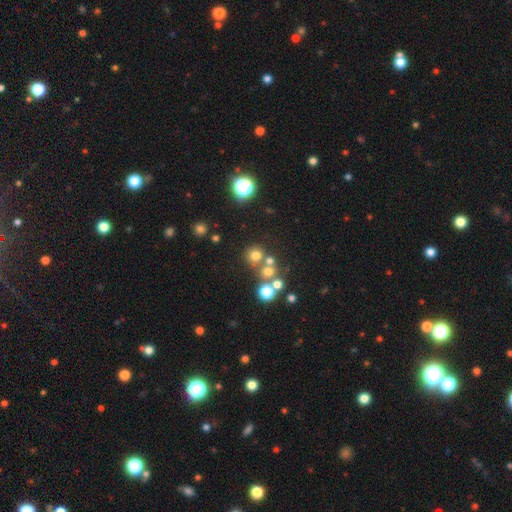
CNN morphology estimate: Q: Smooth or featured?
A: smooth (66%); runner-up: star or artifact (22%)
Q: How rounded?
A: round (88%); runner-up: in between (11%)
Q: Merging?
A: none (64%); runner-up: merger (23%)